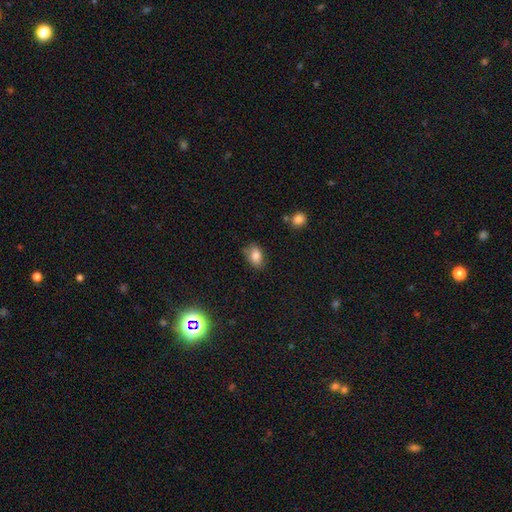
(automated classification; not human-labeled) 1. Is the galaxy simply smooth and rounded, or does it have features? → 81% smooth, 10% featured or disk, 9% star or artifact.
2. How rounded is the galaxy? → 82% in between, 16% round, 2% cigar-shaped.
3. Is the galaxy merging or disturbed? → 72% none, 22% minor disturbance, 4% major disturbance, 2% merger.